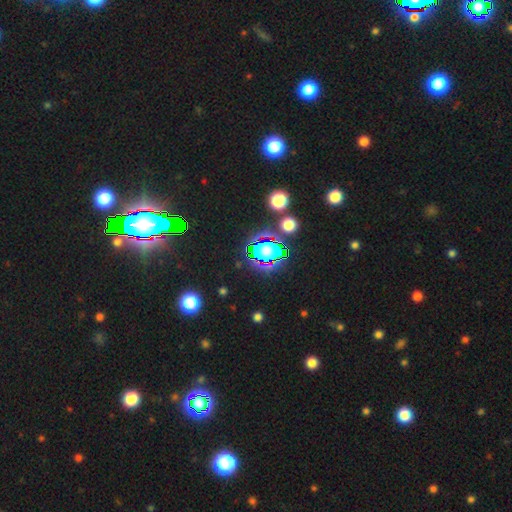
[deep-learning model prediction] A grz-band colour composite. It shows a star or artifact, not a galaxy (82%).